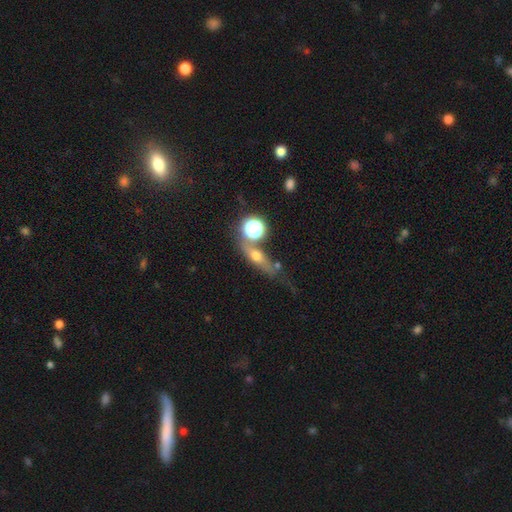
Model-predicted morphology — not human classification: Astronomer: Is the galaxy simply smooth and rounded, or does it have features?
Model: smooth — 47% (runner-up: featured or disk, 34%).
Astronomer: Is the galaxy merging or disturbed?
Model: none — 57%.